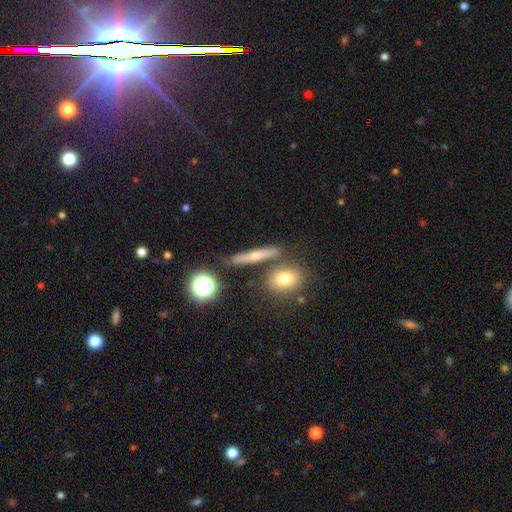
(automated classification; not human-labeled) This appears to be a featured or disk galaxy (43%). Merging: none (80%).